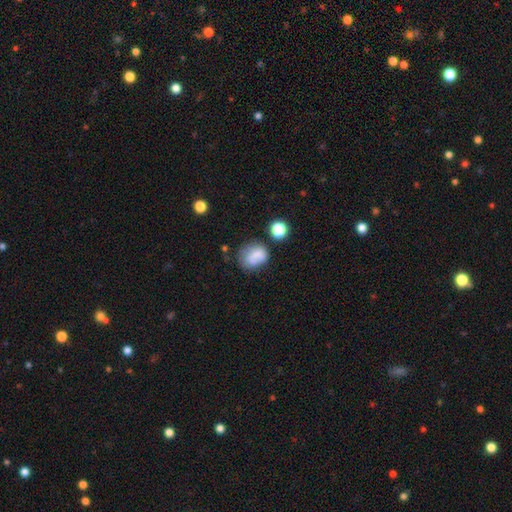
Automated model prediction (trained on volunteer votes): Overall: smooth (68%). How rounded: round (53%; in between 46%). Merging: none (44%; minor disturbance 27%).